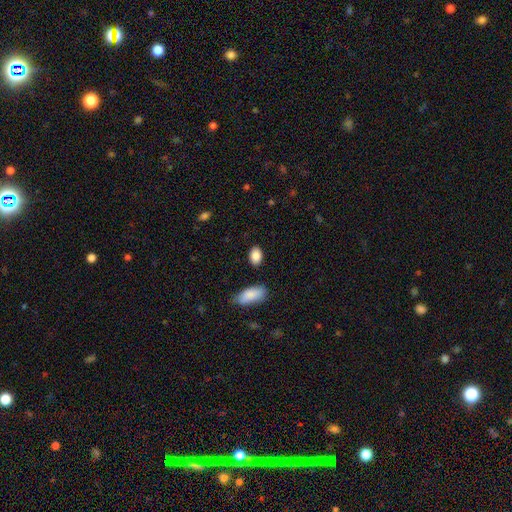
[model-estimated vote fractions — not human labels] A smooth galaxy with no disk features (87%) that is in between round and cigar-shaped (86%). Merging: none (85%).